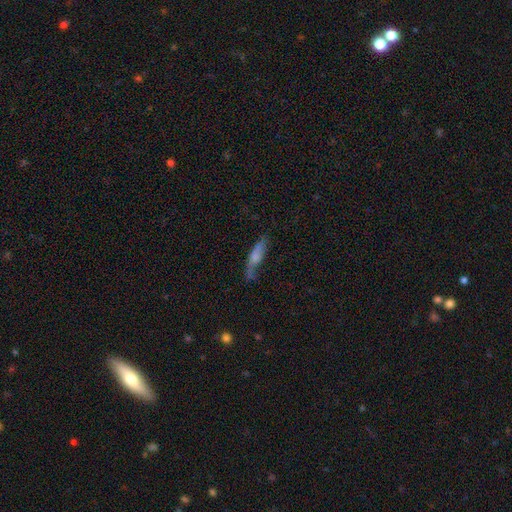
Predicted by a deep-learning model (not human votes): Morphology: type=smooth (56%); roundness=cigar-shaped (67%); merging=none (51%).